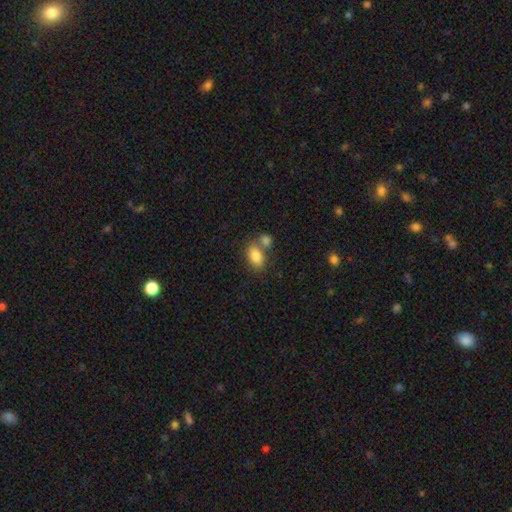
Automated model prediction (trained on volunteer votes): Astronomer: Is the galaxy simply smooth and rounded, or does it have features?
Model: smooth — 82%.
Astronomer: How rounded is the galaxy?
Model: in between — 86%.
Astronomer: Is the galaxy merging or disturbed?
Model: none — 46% (runner-up: merger, 38%).